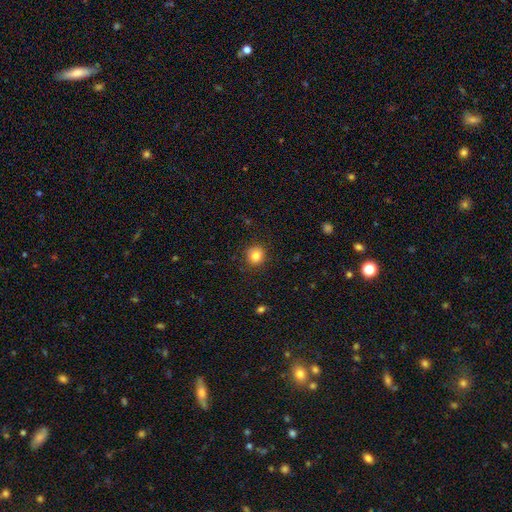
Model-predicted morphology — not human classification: Q: Smooth or featured?
A: smooth (84%); runner-up: star or artifact (11%)
Q: How rounded?
A: round (89%); runner-up: in between (10%)
Q: Merging?
A: none (89%); runner-up: minor disturbance (8%)